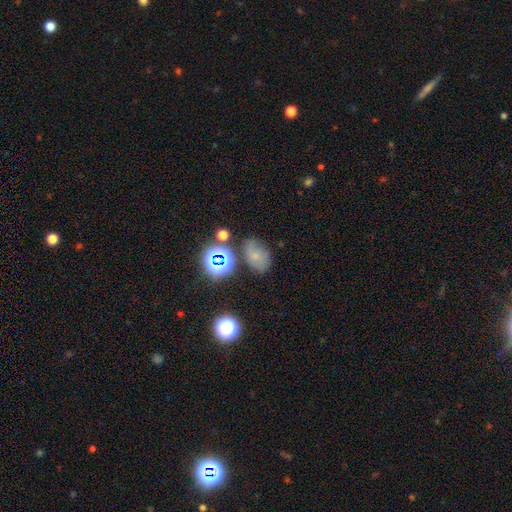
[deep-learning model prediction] A smooth galaxy with no disk features (53%) that is in between round and cigar-shaped (77%). Merging: none (62%).